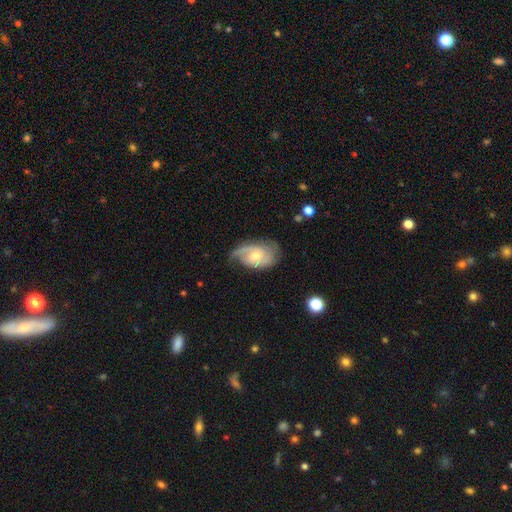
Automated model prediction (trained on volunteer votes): Smooth or featured?
  - featured or disk: 80% *
  - smooth: 14%
  - star or artifact: 5%
Edge-on disk?
  - no: 96% *
  - yes: 4%
Bar?
  - no: 53% *
  - weak: 41%
  - strong: 6%
Spiral arms?
  - yes: 95% *
  - no: 5%
Spiral winding?
  - medium: 44% *
  - tight: 40%
  - loose: 17%
Spiral arm count?
  - 2: 58% *
  - can't tell: 16%
  - 1: 13%
  - 3: 9%
  - 4: 2%
  - more than 4: 2%
Bulge size?
  - moderate: 54% *
  - small: 39%
  - large: 4%
  - none: 3%
  - dominant: 1%
Merging?
  - none: 64% *
  - minor disturbance: 25%
  - major disturbance: 10%
  - merger: 2%